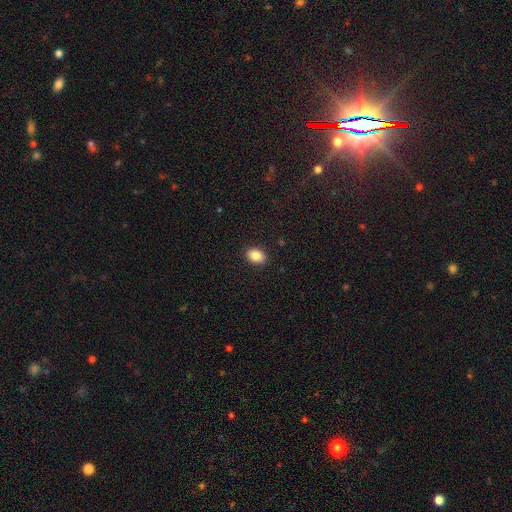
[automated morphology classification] Smooth or featured: smooth — 87% (star or artifact — 8%)
How rounded: in between — 76% (round — 23%)
Merging: none — 90% (minor disturbance — 7%)